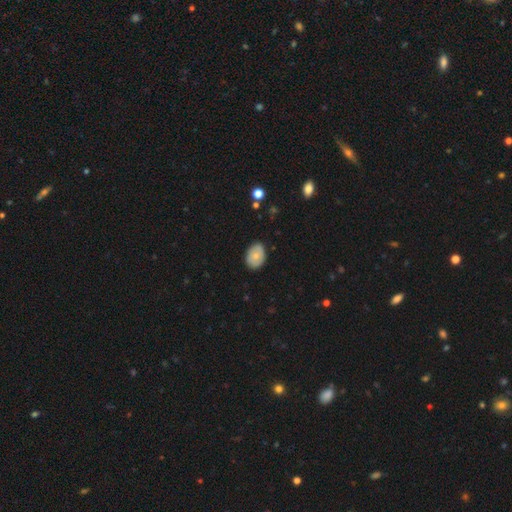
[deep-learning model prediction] Smooth or featured?
  - smooth: 73% *
  - featured or disk: 20%
  - star or artifact: 7%
How rounded?
  - in between: 76% *
  - round: 23%
  - cigar-shaped: 1%
Merging?
  - none: 80% *
  - minor disturbance: 16%
  - major disturbance: 3%
  - merger: 1%